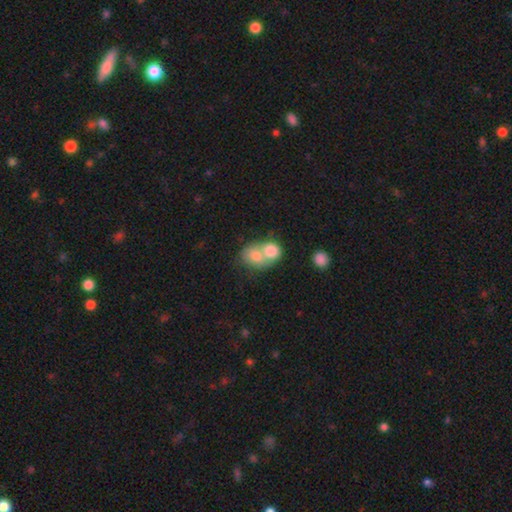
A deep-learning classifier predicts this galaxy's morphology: Smooth or featured: smooth — 77% (featured or disk — 16%)
How rounded: round — 52% (in between — 47%)
Merging: merger — 73% (none — 18%)